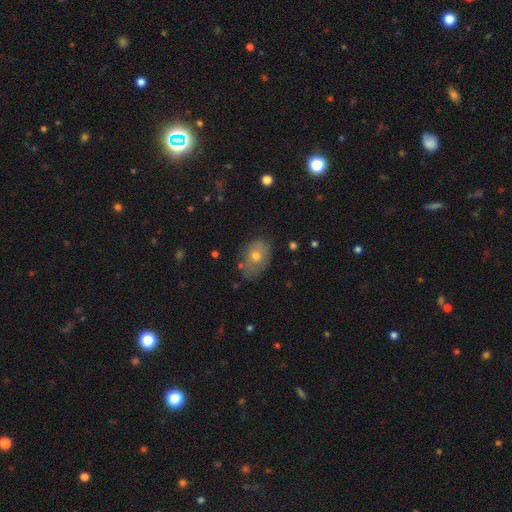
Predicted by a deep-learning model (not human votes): Smooth or featured: smooth — 65% (featured or disk — 24%)
How rounded: in between — 76% (round — 23%)
Merging: none — 65% (minor disturbance — 25%)